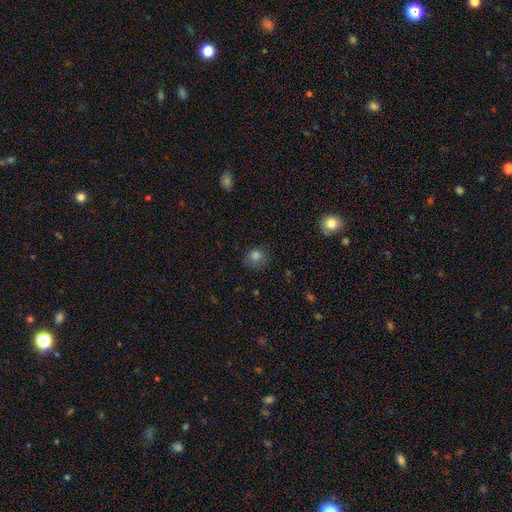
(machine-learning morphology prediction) Smooth or featured: smooth — 78% (star or artifact — 15%)
How rounded: round — 74% (in between — 25%)
Merging: none — 67% (minor disturbance — 22%)